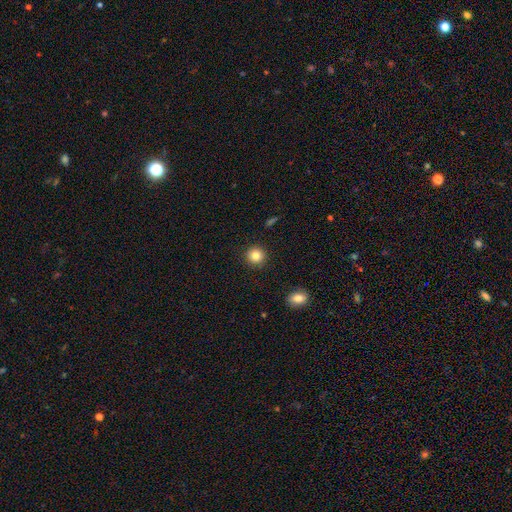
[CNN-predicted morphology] A smooth galaxy with no disk features (84%) that is round (94%).

Vote fractions:
- Smooth or featured? smooth: 84% / star or artifact: 10% / featured or disk: 6%
- How rounded? round: 94% / in between: 5% / cigar-shaped: 1%
- Merging? none: 92% / minor disturbance: 5% / major disturbance: 2% / merger: 1%